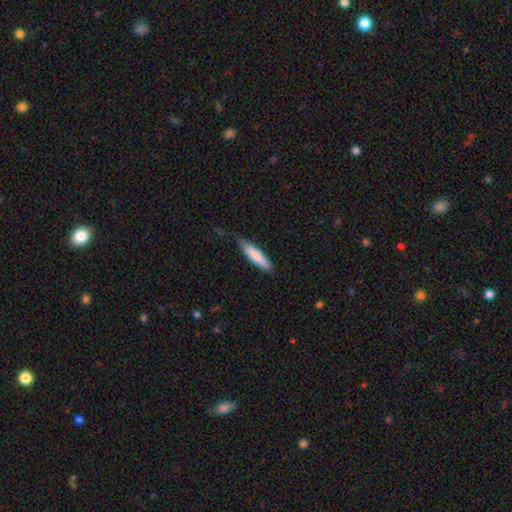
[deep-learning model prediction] smooth_or_featured: smooth (p=0.83) [alt: featured or disk p=0.12]
how_rounded: cigar-shaped (p=0.78) [alt: in between p=0.21]
merging: none (p=0.64) [alt: minor disturbance p=0.29]